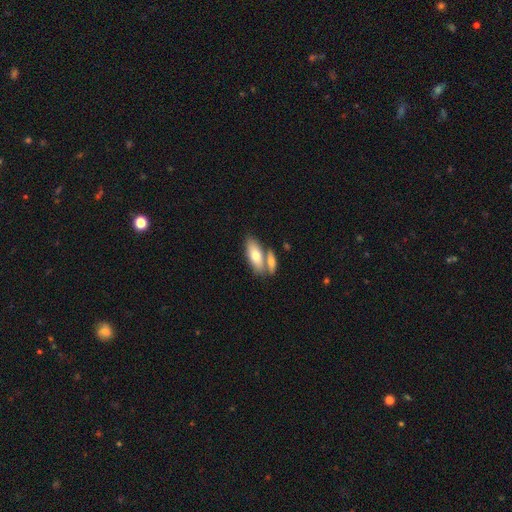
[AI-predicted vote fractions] Smooth or featured: smooth — 72% (featured or disk — 22%)
How rounded: in between — 78% (cigar-shaped — 19%)
Merging: none — 48% (merger — 39%)